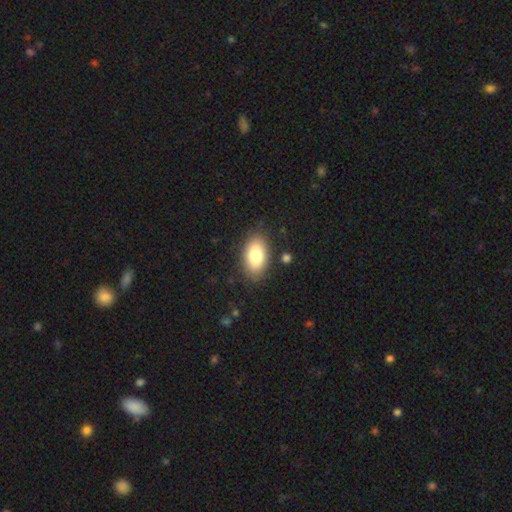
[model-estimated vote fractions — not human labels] Morphology: type=smooth (80%); roundness=in between (92%); merging=none (84%).